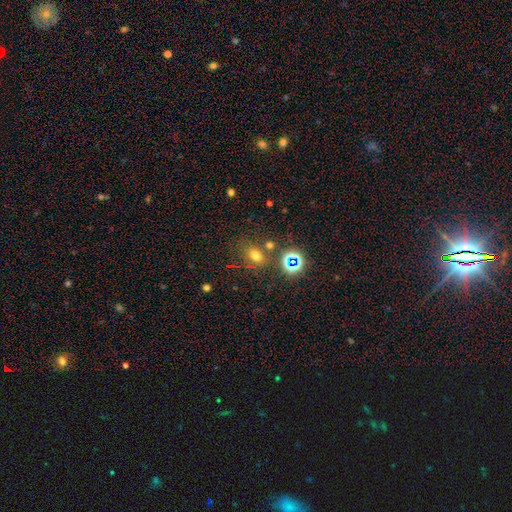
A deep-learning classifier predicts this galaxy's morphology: Q: Smooth or featured?
A: smooth (62%); runner-up: star or artifact (28%)
Q: How rounded?
A: in between (61%); runner-up: round (38%)
Q: Merging?
A: none (68%); runner-up: minor disturbance (13%)